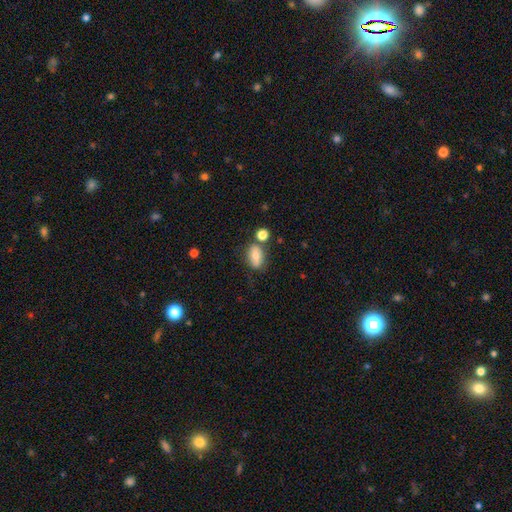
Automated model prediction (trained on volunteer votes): Smooth or featured? smooth (72%)
How rounded? in between (83%)
Merging? none (66%)